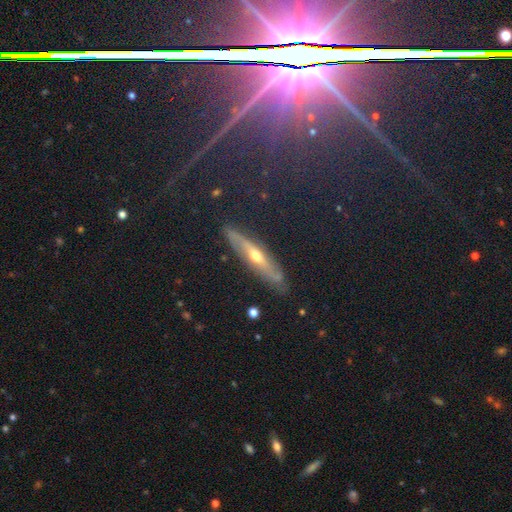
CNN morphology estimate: Q: Smooth or featured?
A: featured or disk (63%); runner-up: smooth (27%)
Q: Edge-on disk?
A: yes (77%); runner-up: no (23%)
Q: Merging?
A: none (83%); runner-up: minor disturbance (12%)